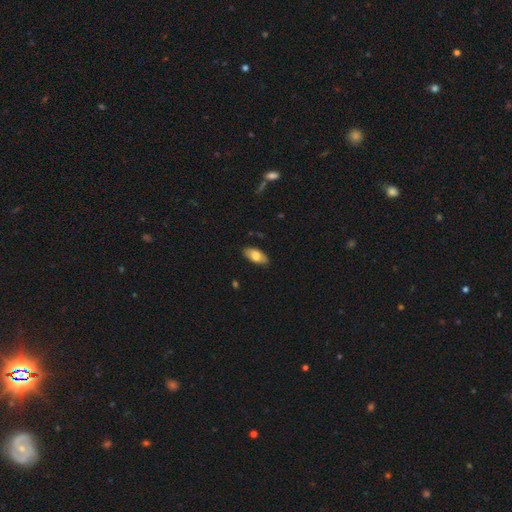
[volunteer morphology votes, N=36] Smooth or featured: smooth — 89% (featured or disk — 8%)
How rounded: in between — 88% (cigar-shaped — 9%)
Merging: none — 89% (minor disturbance — 11%)